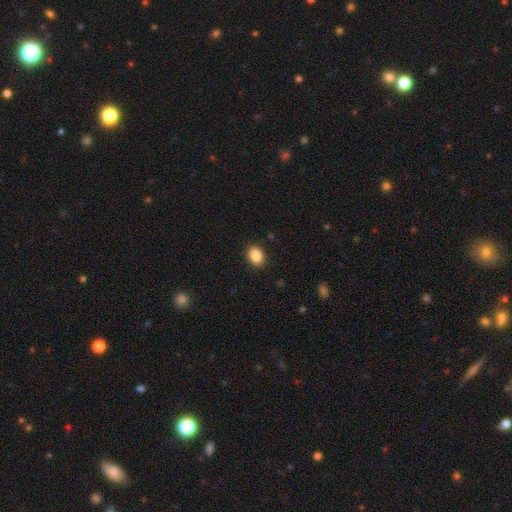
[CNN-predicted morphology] Q: Smooth or featured?
A: smooth (89%); runner-up: star or artifact (8%)
Q: How rounded?
A: in between (66%); runner-up: round (33%)
Q: Merging?
A: none (88%); runner-up: minor disturbance (8%)